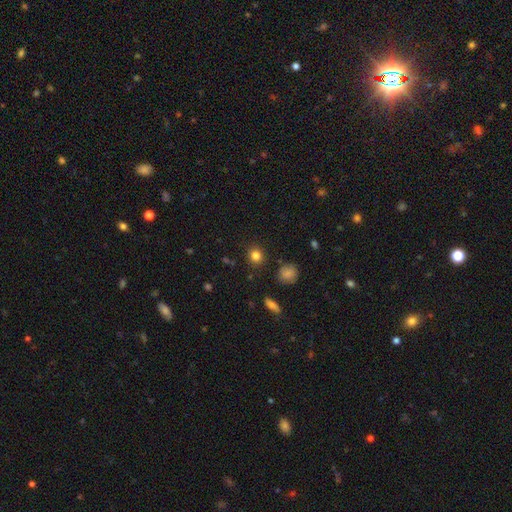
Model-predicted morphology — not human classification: Smooth or featured? Predicted: smooth (p=0.82). How rounded? Predicted: round (p=0.85). Merging? Predicted: none (p=0.88).